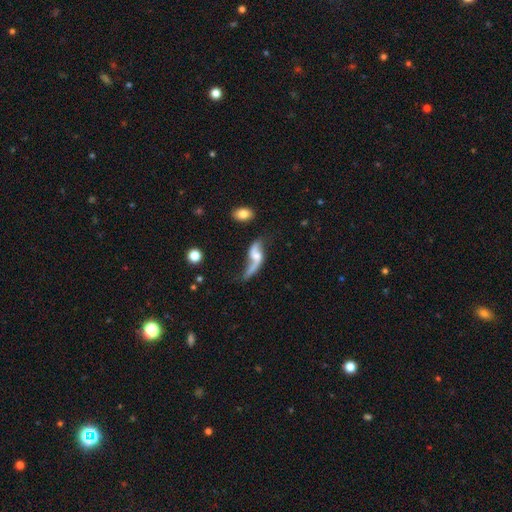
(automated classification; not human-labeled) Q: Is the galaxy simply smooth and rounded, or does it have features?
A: featured or disk — 81%.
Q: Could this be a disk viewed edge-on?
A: no — 92%.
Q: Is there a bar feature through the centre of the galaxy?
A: no — 54%.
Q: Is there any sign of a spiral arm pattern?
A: yes — 91%.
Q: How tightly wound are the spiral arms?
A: loose — 92%.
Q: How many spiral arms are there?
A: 2 — 84%.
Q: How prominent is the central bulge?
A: small — 39%.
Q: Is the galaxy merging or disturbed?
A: none — 43%.